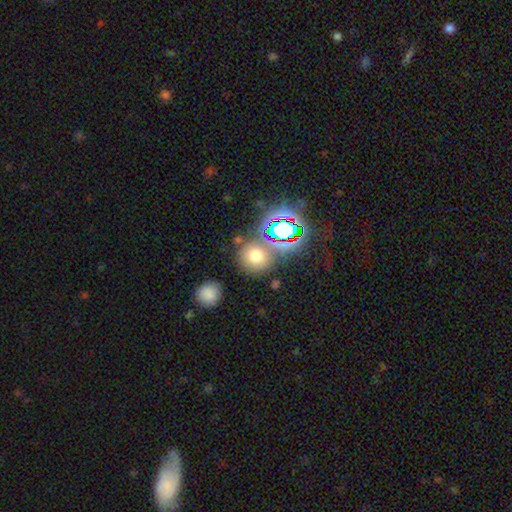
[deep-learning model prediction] smooth 66%, star or artifact 24%, featured or disk 10%. Down the decision tree: how rounded — round (90%); merging — none (74%).